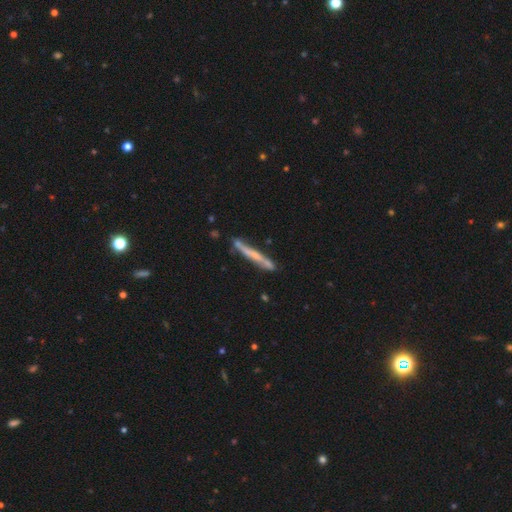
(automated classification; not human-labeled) Q: Smooth or featured?
A: featured or disk (54%); runner-up: smooth (39%)
Q: Edge-on disk?
A: yes (89%); runner-up: no (11%)
Q: Merging?
A: none (75%); runner-up: minor disturbance (17%)